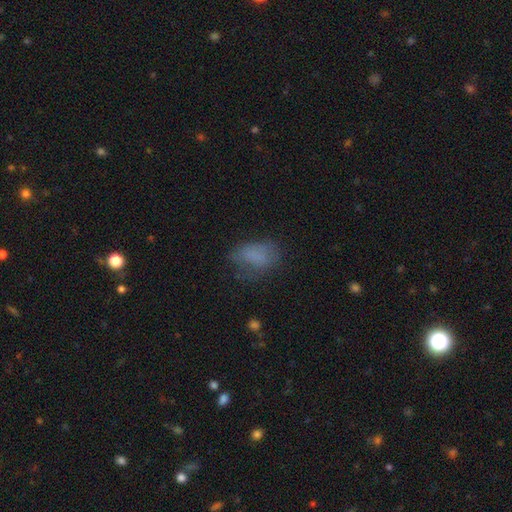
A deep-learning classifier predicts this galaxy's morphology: Overall: smooth (71%). How rounded: in between (85%). Merging: none (52%; minor disturbance 27%).